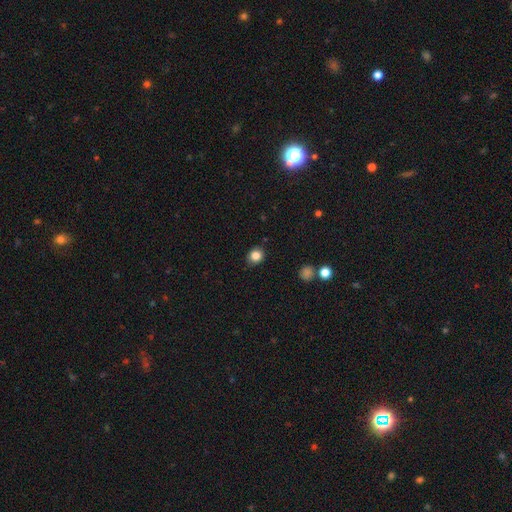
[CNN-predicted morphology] The model was most divided on "how rounded": round: 73%, in between: 26%, cigar-shaped: 1%. More confident: merging — none (85%); smooth or featured — smooth (85%).